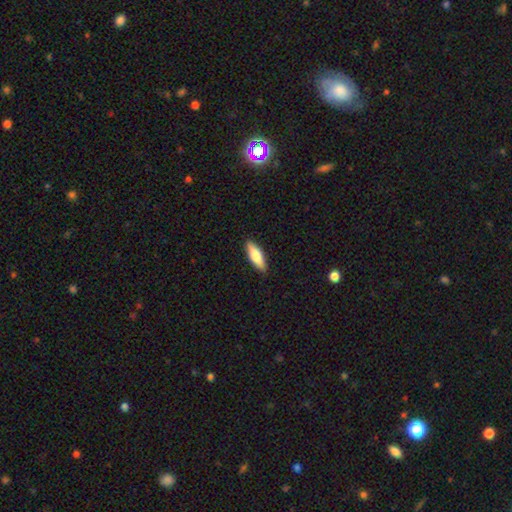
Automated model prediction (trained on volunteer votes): smooth_or_featured: smooth (p=0.71) [alt: featured or disk p=0.23]
how_rounded: in between (p=0.53) [alt: cigar-shaped p=0.45]
merging: none (p=0.89) [alt: minor disturbance p=0.08]